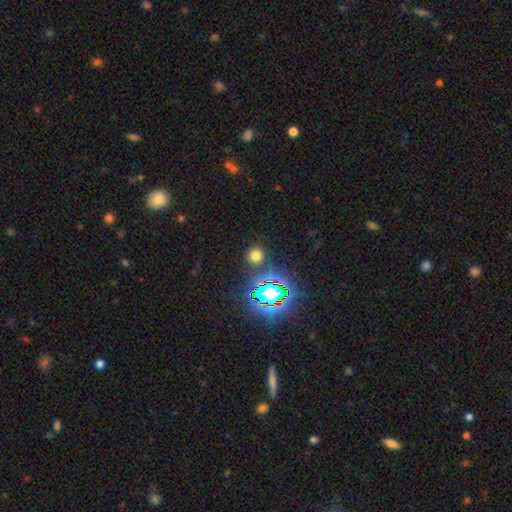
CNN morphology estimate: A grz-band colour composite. It shows a smooth galaxy with no disk features (64%) that is round (89%). Merging: none (86%).